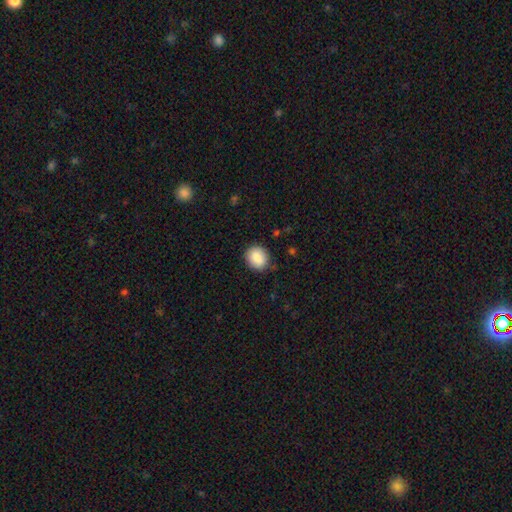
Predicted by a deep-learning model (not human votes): smooth 87%, star or artifact 7%, featured or disk 6%. Down the decision tree: how rounded — round (69%); merging — none (85%).